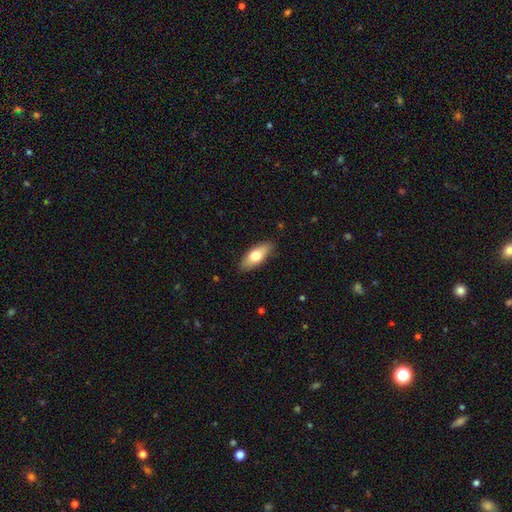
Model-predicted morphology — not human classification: Smooth or featured: smooth — 70% (featured or disk — 24%)
How rounded: in between — 77% (cigar-shaped — 21%)
Merging: none — 87% (minor disturbance — 10%)